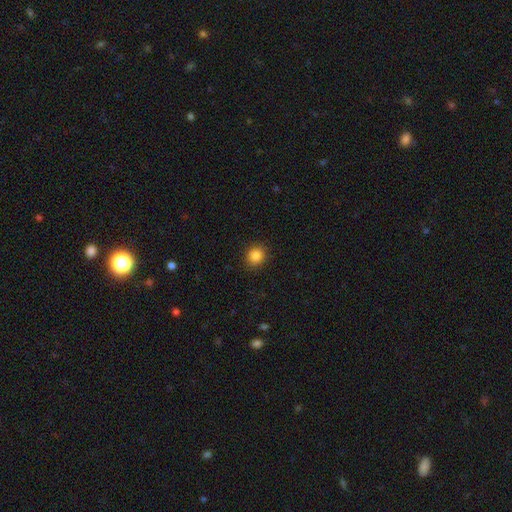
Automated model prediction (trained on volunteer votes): A smooth galaxy with no disk features (85%) that is round (83%). Merging: none (90%).